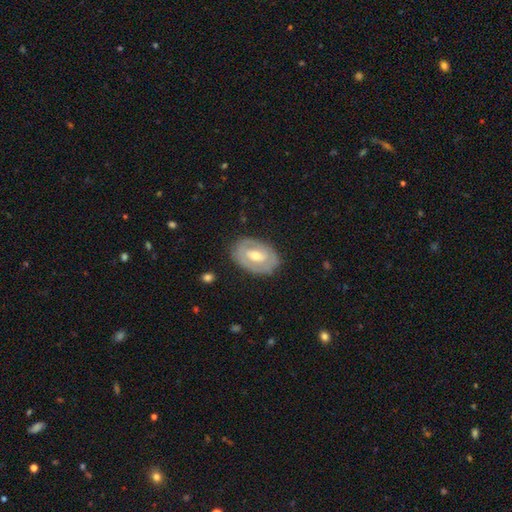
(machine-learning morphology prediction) Overall: featured or disk (65%; smooth 29%). Edge-on disk: no (94%). Bar: weak (42%; no 37%). Spiral arms: no (53%; yes 47%). Bulge size: moderate (65%; small 29%). Merging: none (80%).